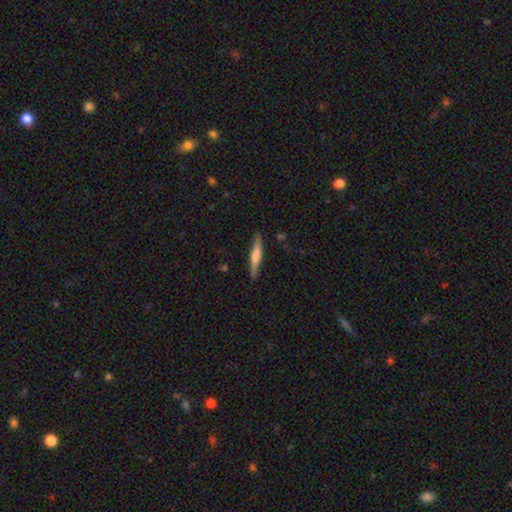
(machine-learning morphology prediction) type=smooth (52%); roundness=cigar-shaped (92%); merging=none (87%).